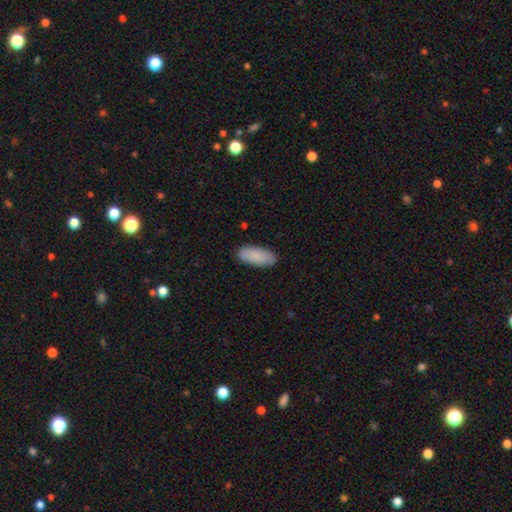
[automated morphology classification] smooth-or-featured: smooth: 88% | featured or disk: 6% | star or artifact: 6%
  how-rounded: in between: 84% | cigar-shaped: 15% | round: 2%
  merging: none: 88% | minor disturbance: 10% | major disturbance: 2% | merger: 1%